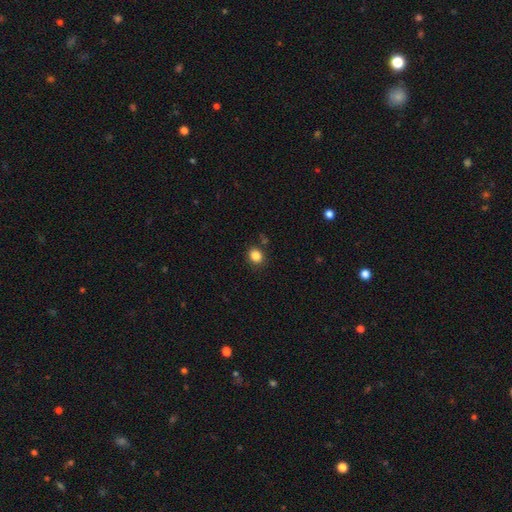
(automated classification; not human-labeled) A smooth galaxy with no disk features (85%) that is round (68%).

Vote fractions:
- Smooth or featured? smooth: 85% / star or artifact: 11% / featured or disk: 4%
- How rounded? round: 68% / in between: 31% / cigar-shaped: 1%
- Merging? none: 84% / minor disturbance: 10% / merger: 3% / major disturbance: 3%